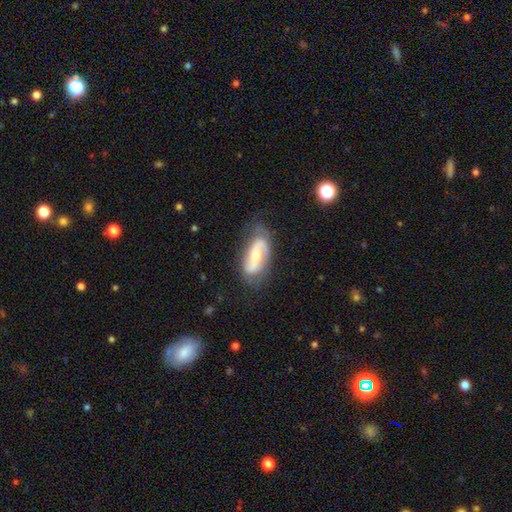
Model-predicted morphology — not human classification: Q: Smooth or featured?
A: featured or disk (69%); runner-up: smooth (25%)
Q: Edge-on disk?
A: no (92%); runner-up: yes (8%)
Q: Bar?
A: weak (39%); runner-up: no (33%)
Q: Spiral arms?
A: yes (89%); runner-up: no (11%)
Q: Spiral winding?
A: loose (40%); runner-up: medium (39%)
Q: Spiral arm count?
A: 2 (81%); runner-up: can't tell (10%)
Q: Bulge size?
A: moderate (44%); runner-up: small (43%)
Q: Merging?
A: none (65%); runner-up: minor disturbance (24%)